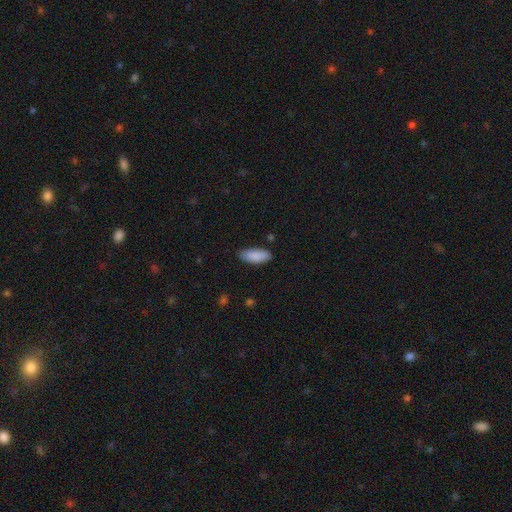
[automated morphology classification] smooth_or_featured: smooth (p=0.89) [alt: star or artifact p=0.06]
how_rounded: in between (p=0.80) [alt: cigar-shaped p=0.18]
merging: none (p=0.83) [alt: minor disturbance p=0.13]